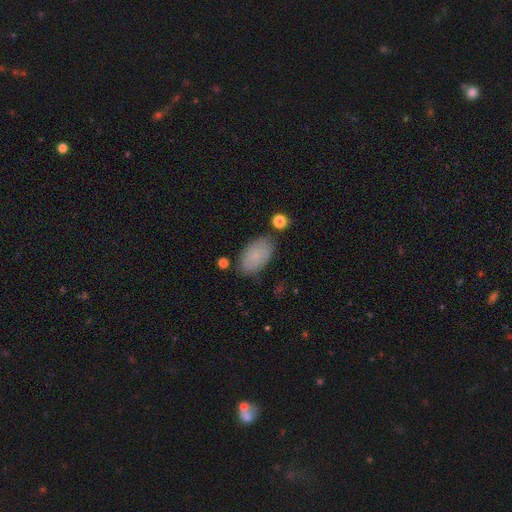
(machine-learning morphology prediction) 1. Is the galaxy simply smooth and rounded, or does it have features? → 78% smooth, 14% featured or disk, 7% star or artifact.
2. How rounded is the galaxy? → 93% in between, 5% round, 2% cigar-shaped.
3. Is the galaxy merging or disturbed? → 77% none, 16% minor disturbance, 4% major disturbance, 3% merger.